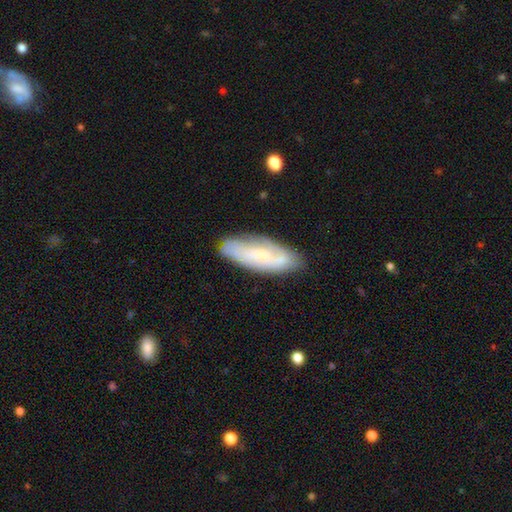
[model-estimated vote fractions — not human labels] Smooth or featured? Predicted: featured or disk (p=0.48). Merging? Predicted: none (p=0.79).